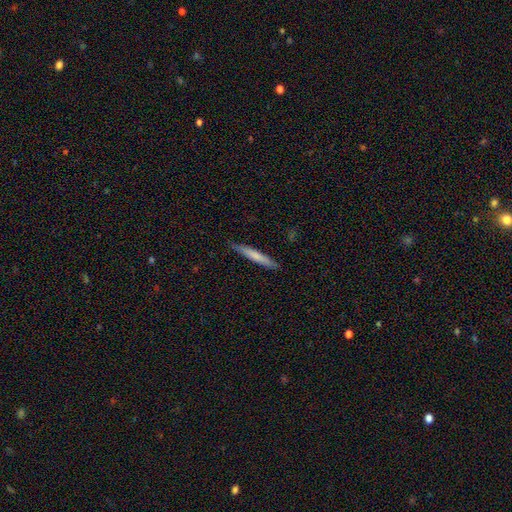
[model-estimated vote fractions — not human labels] smooth-or-featured: smooth: 69% | featured or disk: 25% | star or artifact: 5%
  how-rounded: cigar-shaped: 95% | in between: 4% | round: 1%
  merging: none: 88% | minor disturbance: 10% | major disturbance: 2% | merger: 1%